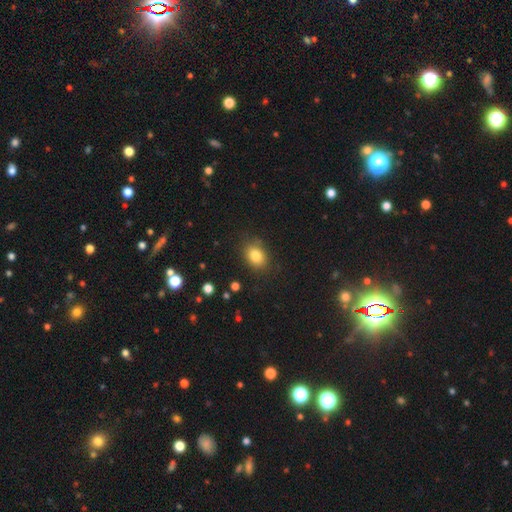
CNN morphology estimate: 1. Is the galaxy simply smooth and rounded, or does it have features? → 82% smooth, 10% star or artifact, 8% featured or disk.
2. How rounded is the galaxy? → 61% in between, 39% round, 1% cigar-shaped.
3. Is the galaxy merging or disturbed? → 83% none, 12% minor disturbance, 3% major disturbance, 2% merger.